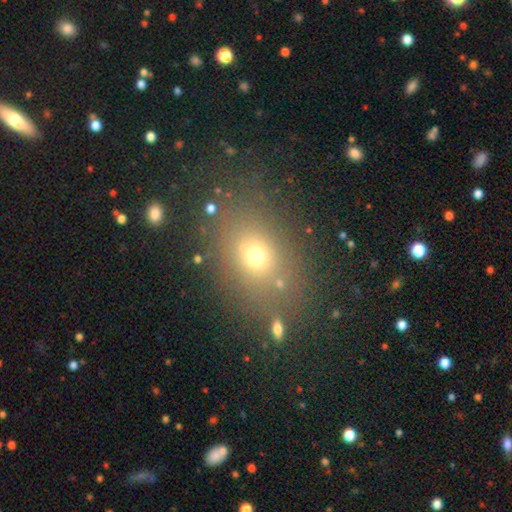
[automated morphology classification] Smooth or featured? smooth (67%)
How rounded? in between (53%)
Merging? none (77%)